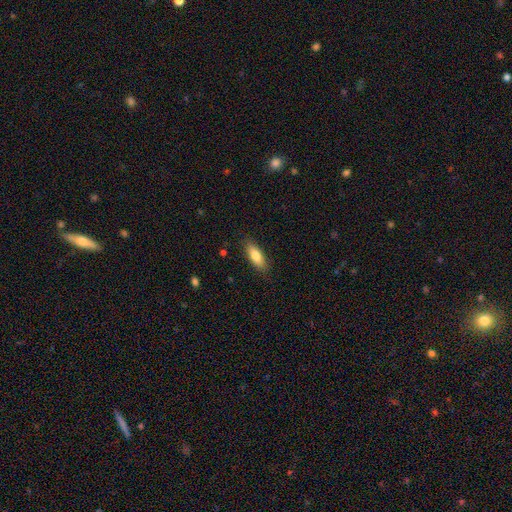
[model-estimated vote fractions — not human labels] Smooth or featured? smooth (80%)
How rounded? in between (65%)
Merging? none (85%)